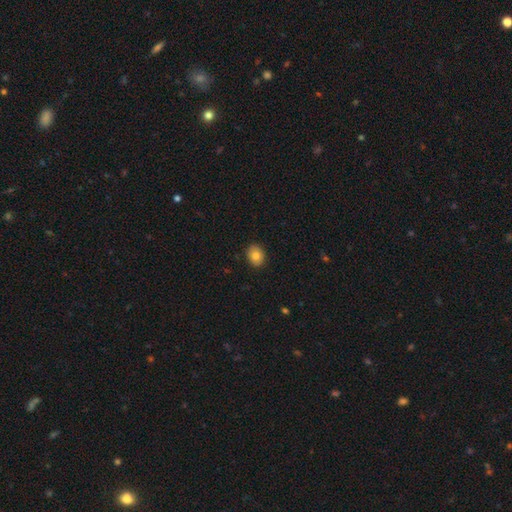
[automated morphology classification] smooth_or_featured: smooth (p=0.82) [alt: featured or disk p=0.10]
how_rounded: in between (p=0.50) [alt: round p=0.49]
merging: none (p=0.89) [alt: minor disturbance p=0.08]